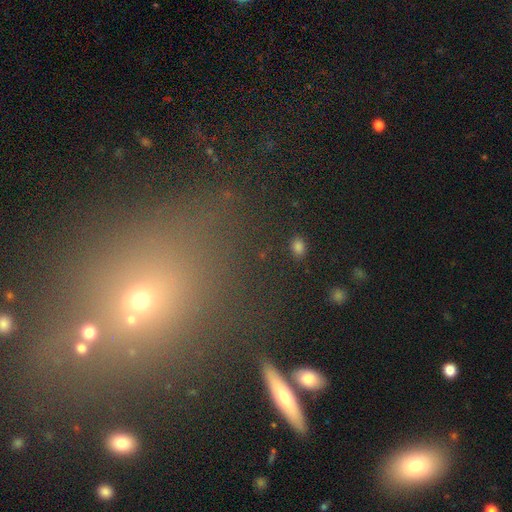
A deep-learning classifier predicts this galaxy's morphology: Smooth or featured: star or artifact — 46% (smooth — 37%)